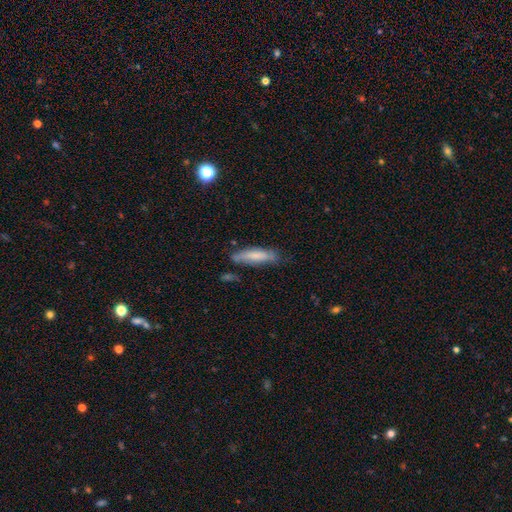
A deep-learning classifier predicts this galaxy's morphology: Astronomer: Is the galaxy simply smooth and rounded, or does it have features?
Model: smooth — 70%.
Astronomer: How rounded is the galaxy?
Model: cigar-shaped — 73%.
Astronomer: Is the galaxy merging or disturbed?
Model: none — 64%.